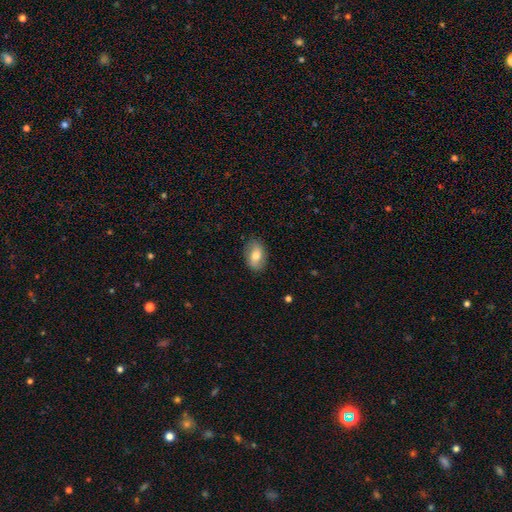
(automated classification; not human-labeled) Smooth or featured? Predicted: smooth (p=0.64). How rounded? Predicted: in between (p=0.86). Merging? Predicted: none (p=0.84).